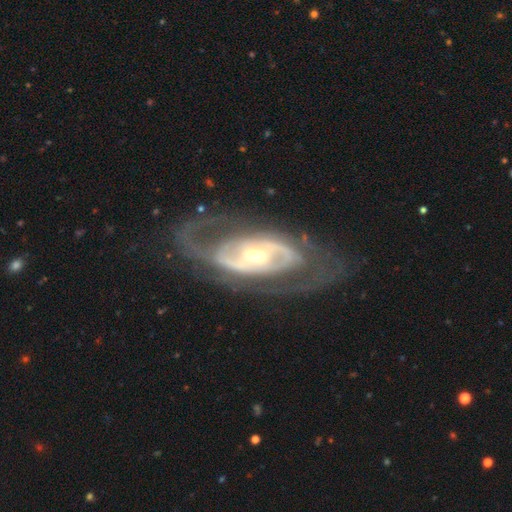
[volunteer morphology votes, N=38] A featured or disk galaxy (87%) with a weak bar (48%), 2 (90%) medium (68%) spiral arms (94%) and a moderate central bulge (61%). Merging: none (75%).